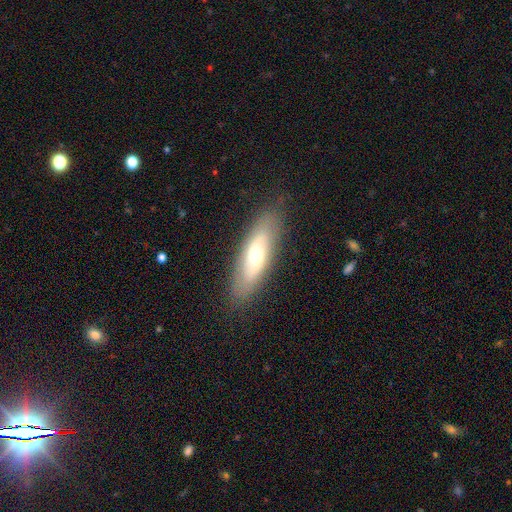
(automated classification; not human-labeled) This is possibly a featured or disk galaxy (48%). Merging: clearly none (84%).